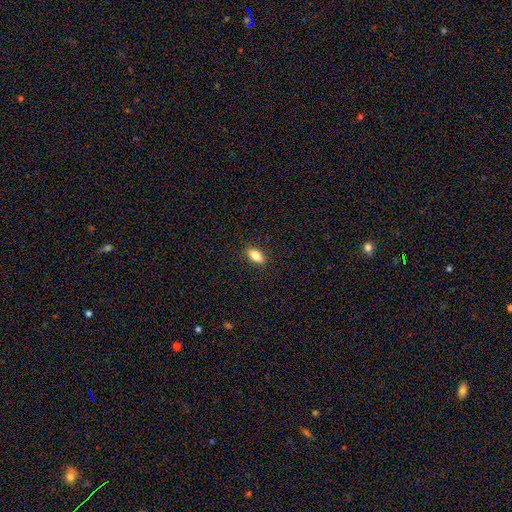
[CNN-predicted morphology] This appears to be a smooth galaxy with no disk features (79%) that is in between round and cigar-shaped (84%). Merging: none (89%).